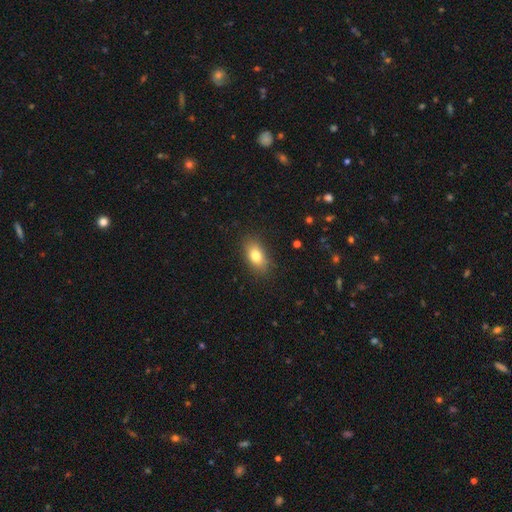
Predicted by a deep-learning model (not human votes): A smooth galaxy with no disk features (80%) that is in between round and cigar-shaped (86%). Merging: none (84%).